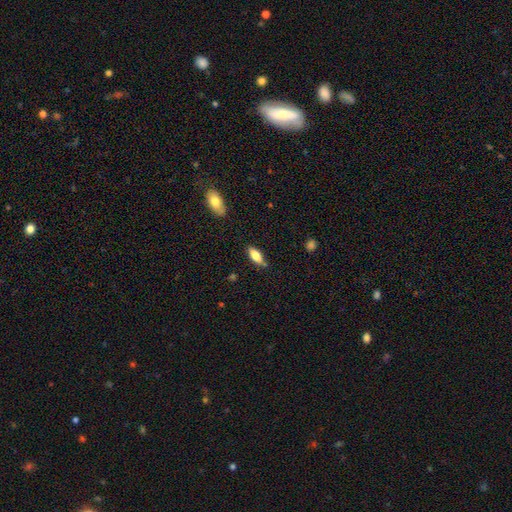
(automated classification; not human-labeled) Smooth or featured? Predicted: smooth (p=0.75). How rounded? Predicted: in between (p=0.74). Merging? Predicted: none (p=0.77).